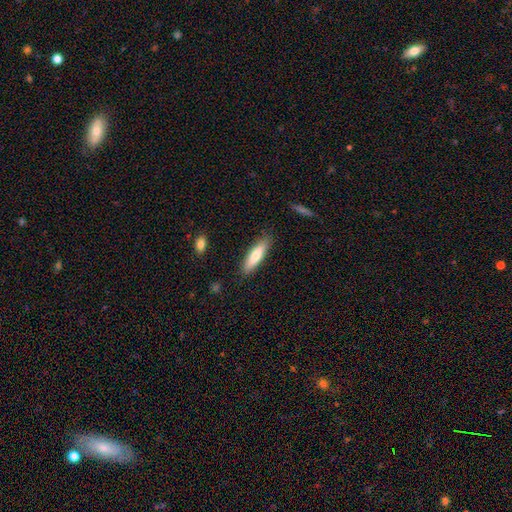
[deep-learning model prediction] The model was most divided on "how rounded": cigar-shaped: 69%, in between: 29%, round: 1%. More confident: merging — none (87%); smooth or featured — smooth (74%).